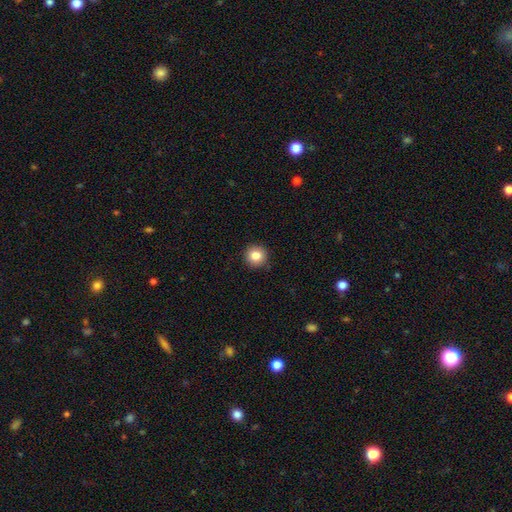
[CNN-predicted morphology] The model was most divided on "smooth or featured": smooth: 84%, star or artifact: 10%, featured or disk: 7%. More confident: how rounded — round (94%); merging — none (91%).